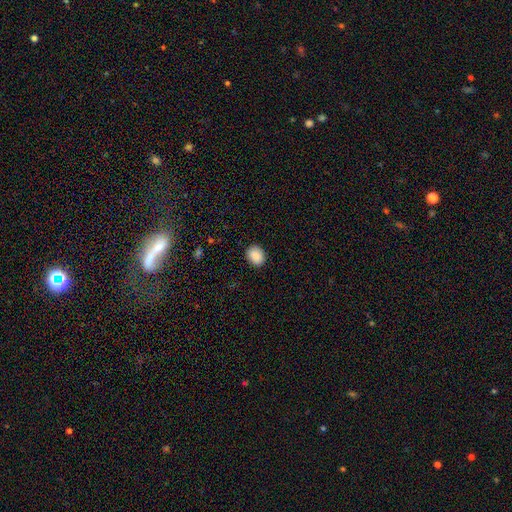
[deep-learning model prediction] Q: Smooth or featured?
A: smooth (89%); runner-up: star or artifact (8%)
Q: How rounded?
A: round (52%); runner-up: in between (47%)
Q: Merging?
A: none (90%); runner-up: minor disturbance (7%)